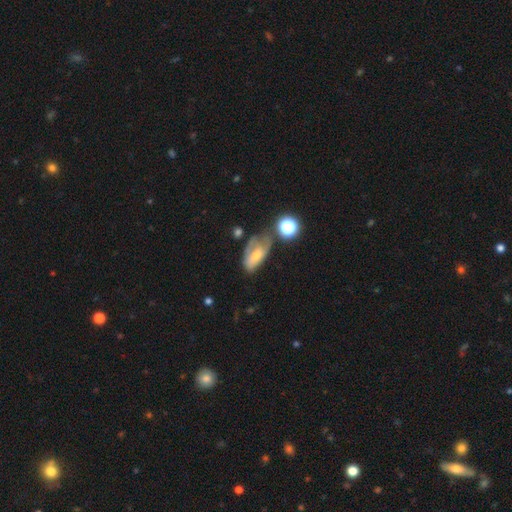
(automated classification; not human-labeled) Smooth or featured?
  - smooth: 52% *
  - featured or disk: 36%
  - star or artifact: 12%
How rounded?
  - in between: 87% *
  - round: 8%
  - cigar-shaped: 5%
Merging?
  - minor disturbance: 31% *
  - none: 30%
  - major disturbance: 29%
  - merger: 11%